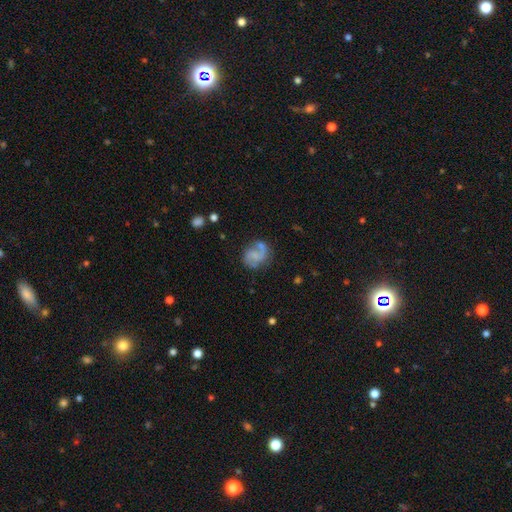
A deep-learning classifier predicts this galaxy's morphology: This is likely a featured or disk galaxy (63%). It is clearly not viewed edge-on (98%). Bar: possibly no (59%). Spiral arm pattern: clearly yes (87%). Spiral arm count: likely 2 (70%). Spiral winding: marginally loose (42%). Central bulge: possibly none (58%). Merging: possibly none (55%).